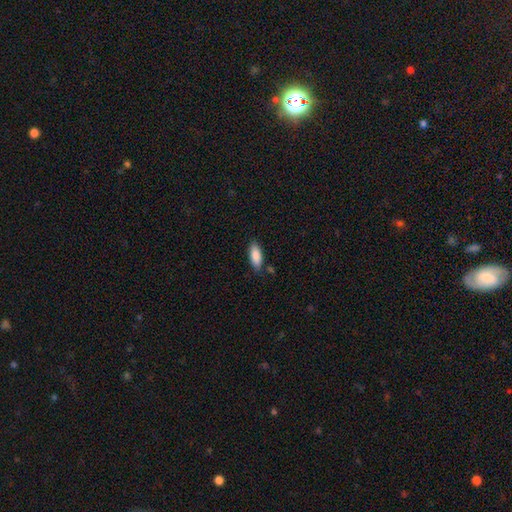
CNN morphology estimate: smooth-or-featured: smooth: 86% | featured or disk: 7% | star or artifact: 6%
  how-rounded: in between: 78% | cigar-shaped: 20% | round: 2%
  merging: none: 82% | minor disturbance: 13% | merger: 3% | major disturbance: 2%